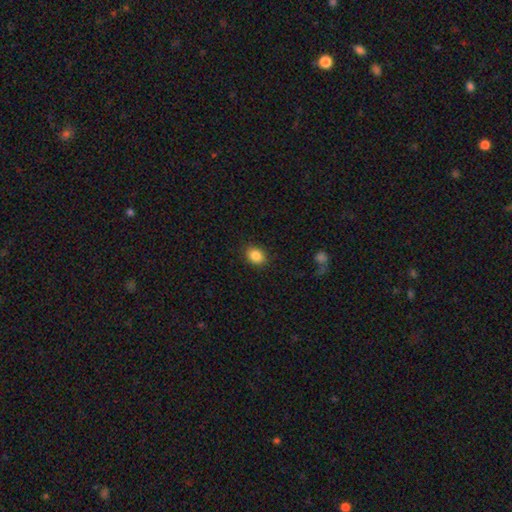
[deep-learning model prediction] Smooth or featured?
  - smooth: 86% *
  - star or artifact: 9%
  - featured or disk: 5%
How rounded?
  - in between: 59% *
  - round: 40%
  - cigar-shaped: 1%
Merging?
  - none: 89% *
  - minor disturbance: 8%
  - major disturbance: 2%
  - merger: 1%